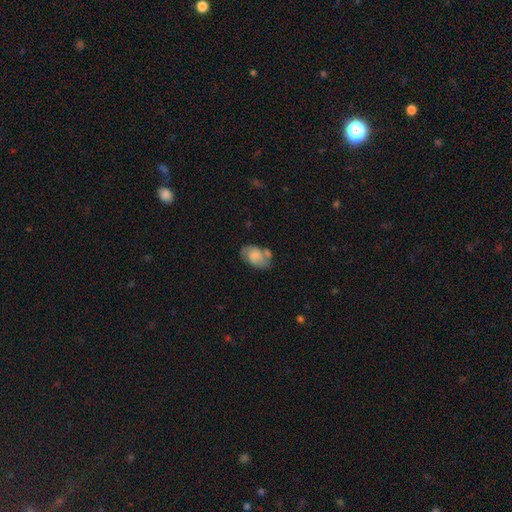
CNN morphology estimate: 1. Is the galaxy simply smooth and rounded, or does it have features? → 59% smooth, 34% featured or disk, 8% star or artifact.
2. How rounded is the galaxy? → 88% in between, 10% round, 1% cigar-shaped.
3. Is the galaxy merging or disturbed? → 49% none, 25% minor disturbance, 17% merger, 9% major disturbance.